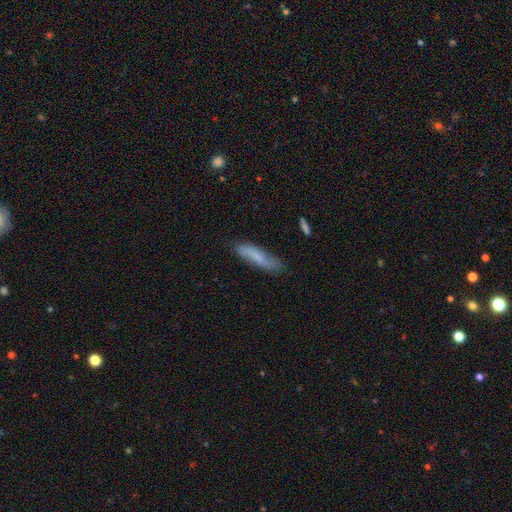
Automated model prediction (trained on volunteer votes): Smooth or featured?
  - smooth: 60% *
  - featured or disk: 32%
  - star or artifact: 8%
How rounded?
  - cigar-shaped: 71% *
  - in between: 28%
  - round: 2%
Merging?
  - none: 73% *
  - minor disturbance: 20%
  - major disturbance: 5%
  - merger: 2%